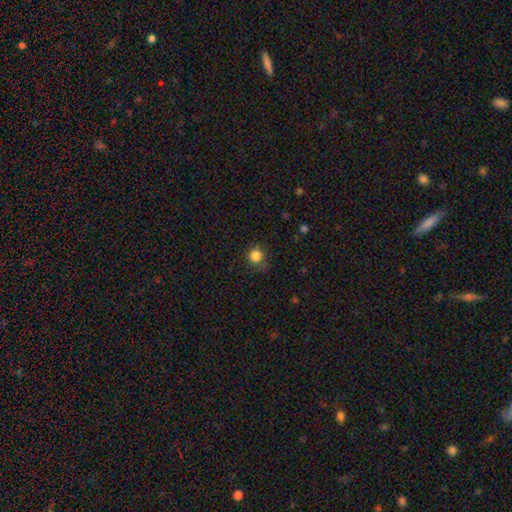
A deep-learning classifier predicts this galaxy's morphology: smooth-or-featured: smooth: 84% | star or artifact: 12% | featured or disk: 4%
  how-rounded: round: 89% | in between: 10% | cigar-shaped: 1%
  merging: none: 73% | minor disturbance: 19% | major disturbance: 7% | merger: 2%